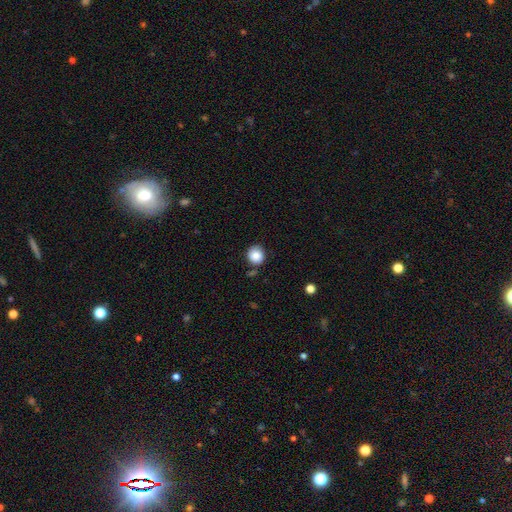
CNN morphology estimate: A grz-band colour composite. It shows a smooth galaxy with no disk features (86%) that is round (87%). Merging: none (78%).